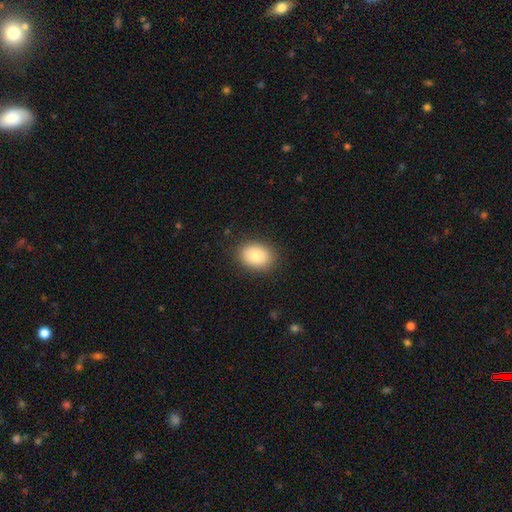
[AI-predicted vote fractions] This is clearly a smooth galaxy (83%). How rounded: likely in between (64%). Merging: clearly none (87%).